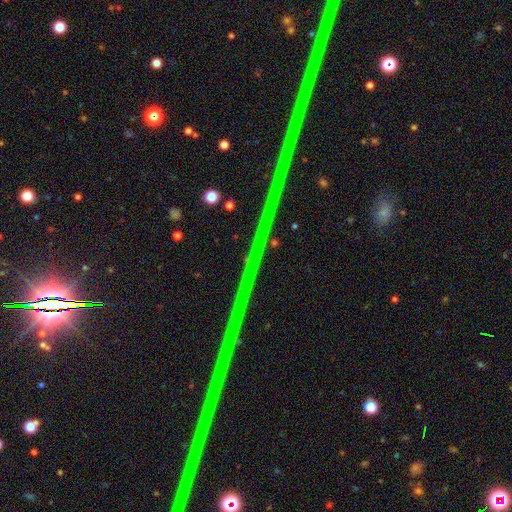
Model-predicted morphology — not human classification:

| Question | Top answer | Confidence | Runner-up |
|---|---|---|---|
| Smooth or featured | star or artifact | 87% | featured or disk (8%) |